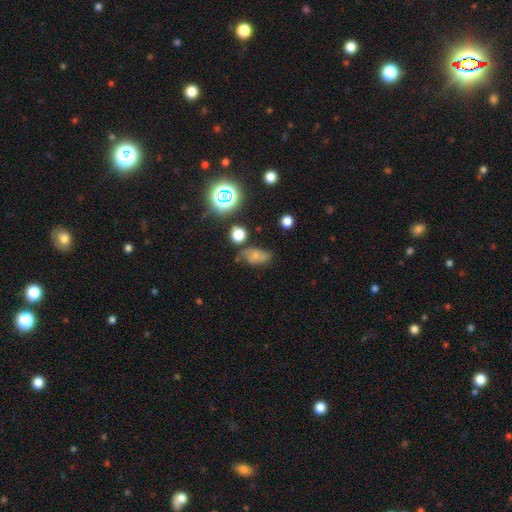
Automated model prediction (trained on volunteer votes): Overall: smooth (52%; featured or disk 31%). How rounded: in between (83%). Merging: none (46%; minor disturbance 34%).